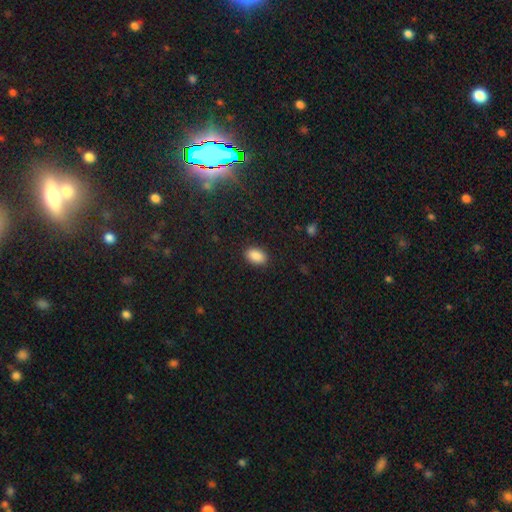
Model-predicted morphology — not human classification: Q: Smooth or featured?
A: smooth (88%); runner-up: star or artifact (8%)
Q: How rounded?
A: in between (88%); runner-up: round (10%)
Q: Merging?
A: none (88%); runner-up: minor disturbance (8%)